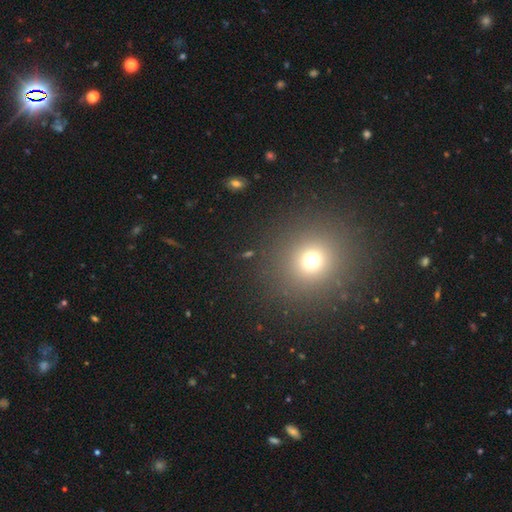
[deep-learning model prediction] A smooth galaxy with no disk features (64%) that is round (90%). Merging: none (92%).